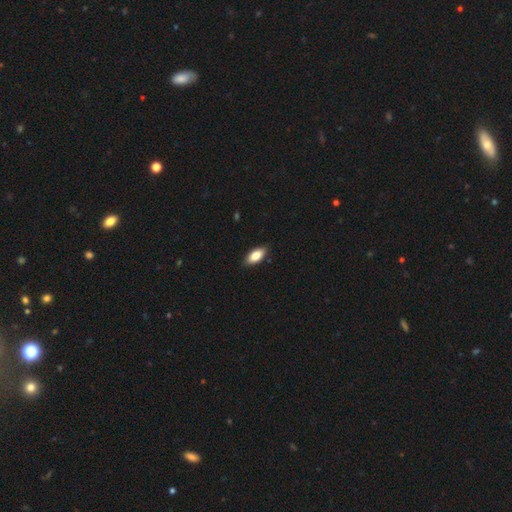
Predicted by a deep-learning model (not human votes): Overall: smooth (83%). How rounded: in between (88%). Merging: none (87%).